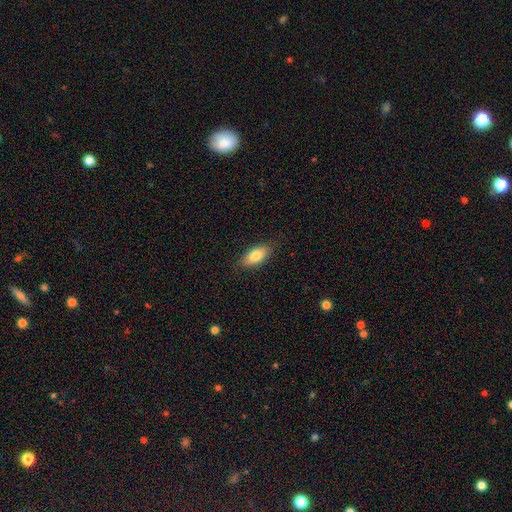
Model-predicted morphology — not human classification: type=smooth (80%); roundness=in between (87%); merging=none (85%).